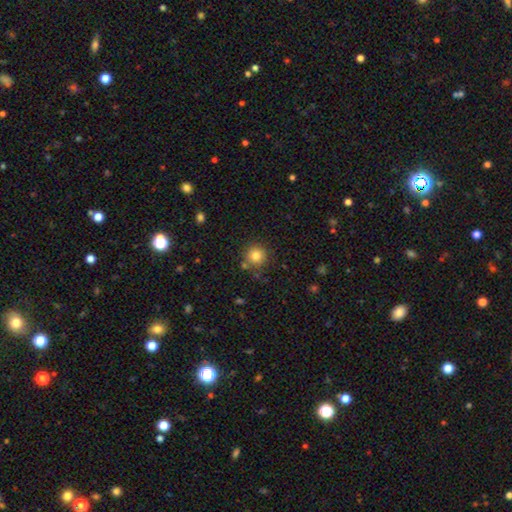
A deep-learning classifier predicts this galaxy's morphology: Smooth or featured? smooth (81%)
How rounded? round (94%)
Merging? none (82%)